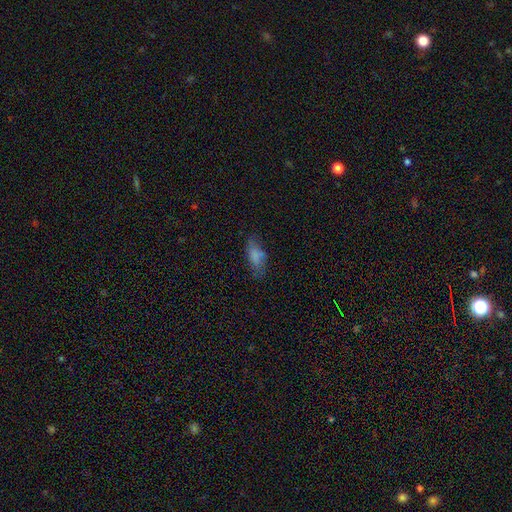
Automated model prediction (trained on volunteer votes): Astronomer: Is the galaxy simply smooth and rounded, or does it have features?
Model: smooth — 71%.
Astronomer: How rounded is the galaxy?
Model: in between — 83%.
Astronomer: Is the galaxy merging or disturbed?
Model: none — 53% (runner-up: minor disturbance, 28%).